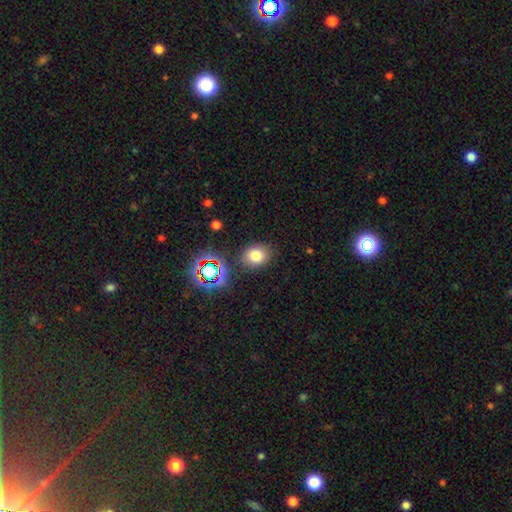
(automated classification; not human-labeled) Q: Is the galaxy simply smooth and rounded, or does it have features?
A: smooth — 75%.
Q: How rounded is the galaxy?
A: in between — 52%.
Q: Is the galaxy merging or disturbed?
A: none — 82%.